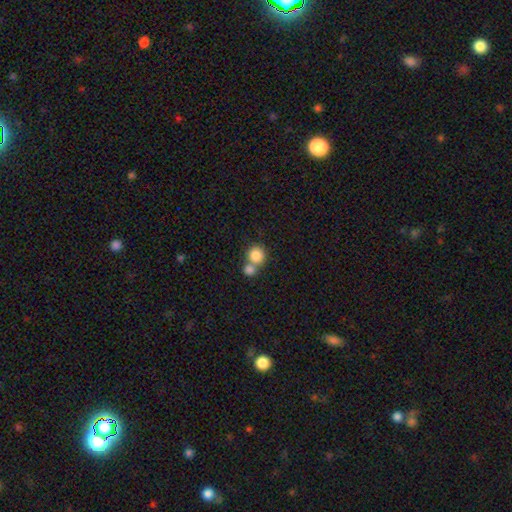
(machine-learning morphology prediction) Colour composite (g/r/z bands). It shows a smooth galaxy with no disk features (84%) that is round (88%). Merging: merger (51%).